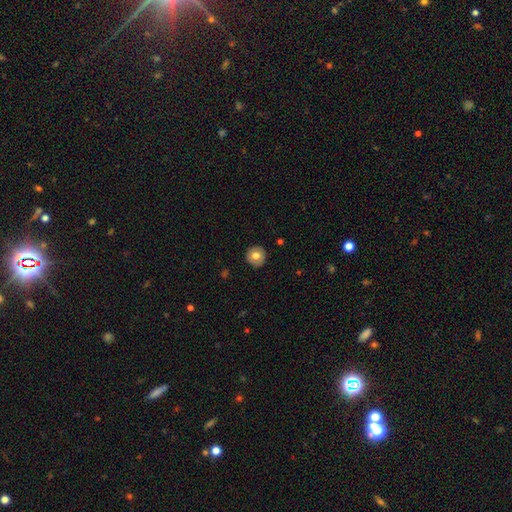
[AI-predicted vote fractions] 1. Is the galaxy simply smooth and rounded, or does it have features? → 72% smooth, 20% featured or disk, 8% star or artifact.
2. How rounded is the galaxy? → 94% round, 5% in between, 1% cigar-shaped.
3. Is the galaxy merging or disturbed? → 90% none, 7% minor disturbance, 2% major disturbance, 1% merger.